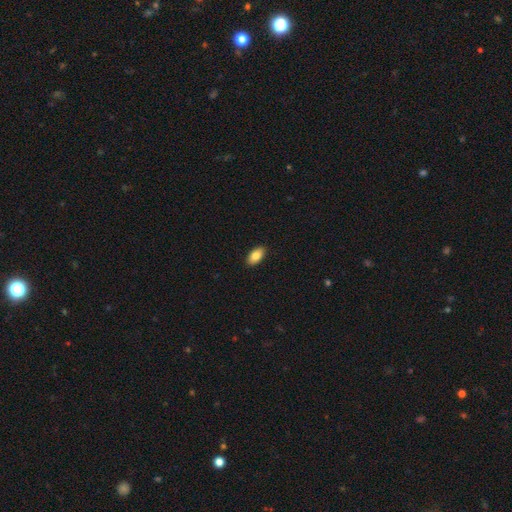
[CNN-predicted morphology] A smooth galaxy with no disk features (84%) that is in between round and cigar-shaped (94%).

Vote fractions:
- Smooth or featured? smooth: 84% / featured or disk: 9% / star or artifact: 7%
- How rounded? in between: 94% / round: 3% / cigar-shaped: 3%
- Merging? none: 91% / minor disturbance: 7% / major disturbance: 2% / merger: 1%